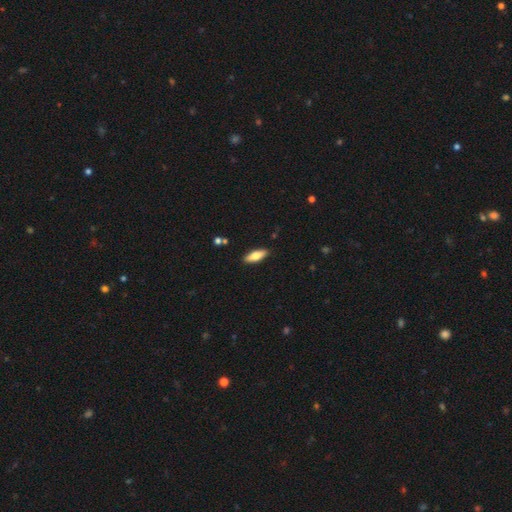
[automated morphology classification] Smooth or featured? Predicted: smooth (p=0.72). How rounded? Predicted: in between (p=0.64). Merging? Predicted: none (p=0.88).